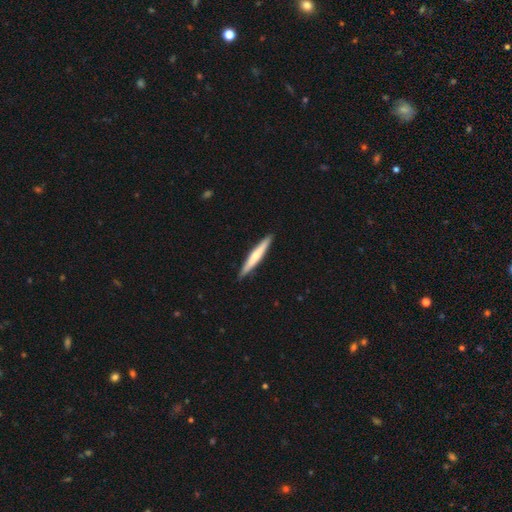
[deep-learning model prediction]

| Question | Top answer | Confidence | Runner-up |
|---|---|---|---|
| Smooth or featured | smooth | 53% | featured or disk (42%) |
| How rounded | cigar-shaped | 95% | in between (4%) |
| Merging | none | 91% | minor disturbance (7%) |